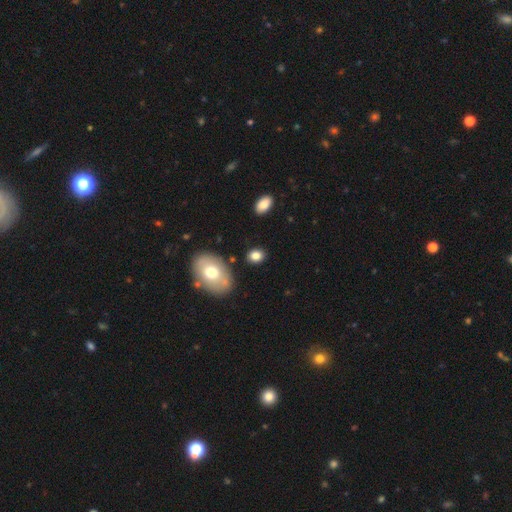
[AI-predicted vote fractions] Smooth or featured?
  - smooth: 81% *
  - star or artifact: 10%
  - featured or disk: 9%
How rounded?
  - in between: 53% *
  - round: 45%
  - cigar-shaped: 2%
Merging?
  - none: 82% *
  - minor disturbance: 11%
  - merger: 4%
  - major disturbance: 3%